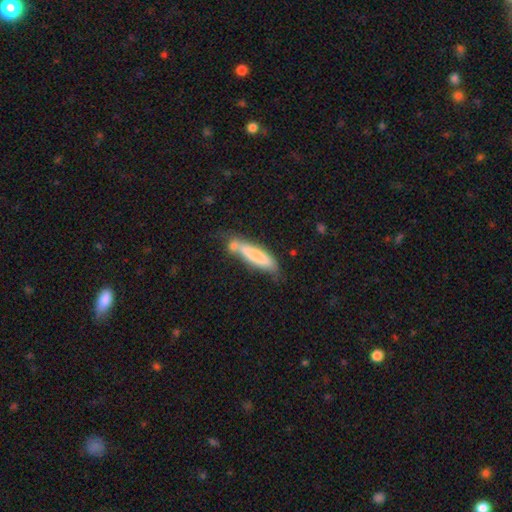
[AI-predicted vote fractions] Smooth or featured? Predicted: smooth (p=0.75). How rounded? Predicted: cigar-shaped (p=0.82). Merging? Predicted: none (p=0.50).